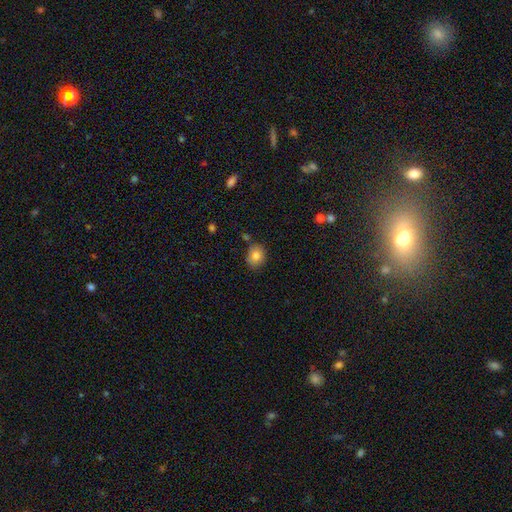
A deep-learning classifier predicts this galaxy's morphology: Overall: smooth (82%). How rounded: round (62%; in between 37%). Merging: none (79%).